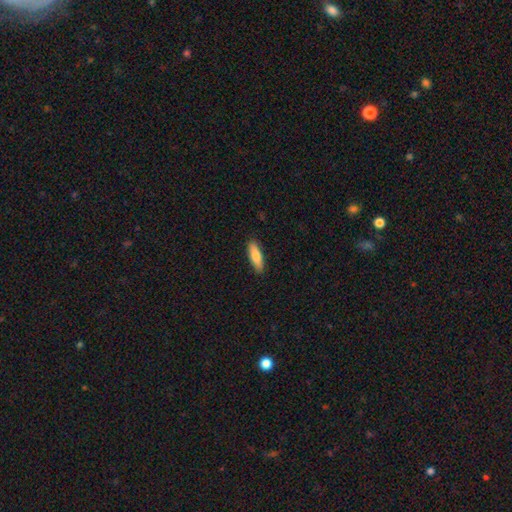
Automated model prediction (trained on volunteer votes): Overall: smooth (79%). How rounded: cigar-shaped (53%; in between 45%). Merging: none (89%).